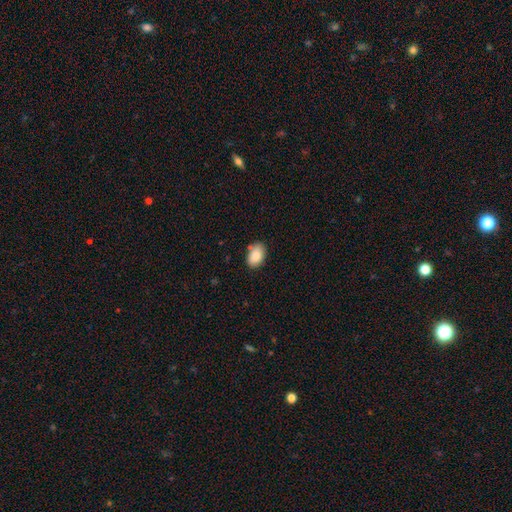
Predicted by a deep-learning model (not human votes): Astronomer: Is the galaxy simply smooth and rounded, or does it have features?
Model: smooth — 88%.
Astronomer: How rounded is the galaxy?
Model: in between — 88%.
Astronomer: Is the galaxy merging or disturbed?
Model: none — 76%.